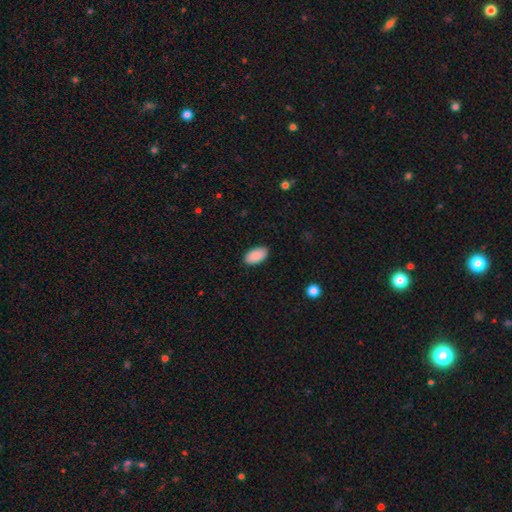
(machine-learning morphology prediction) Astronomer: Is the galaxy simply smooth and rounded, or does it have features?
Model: smooth — 91%.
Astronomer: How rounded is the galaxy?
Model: in between — 96%.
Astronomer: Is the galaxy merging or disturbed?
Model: none — 89%.